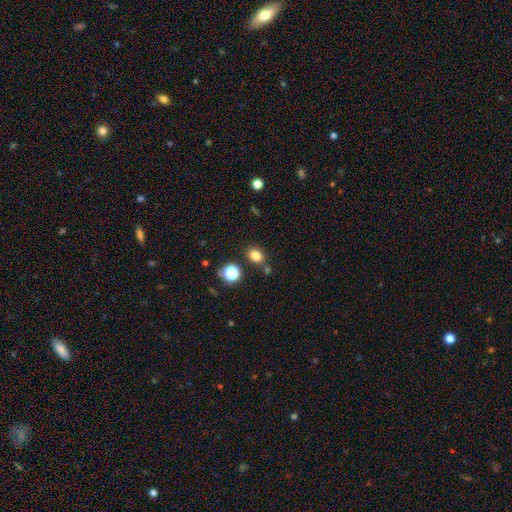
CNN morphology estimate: smooth-or-featured: smooth: 79% | star or artifact: 15% | featured or disk: 6%
  how-rounded: in between: 59% | round: 40% | cigar-shaped: 1%
  merging: none: 76% | minor disturbance: 12% | merger: 8% | major disturbance: 4%